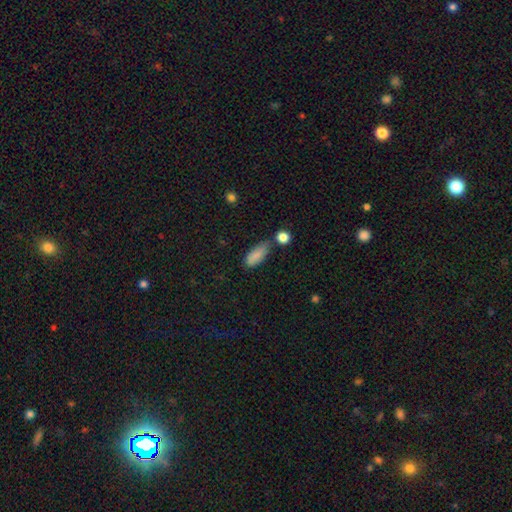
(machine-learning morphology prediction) This is clearly a smooth galaxy (85%). How rounded: clearly in between (82%). Merging: possibly none (53%).